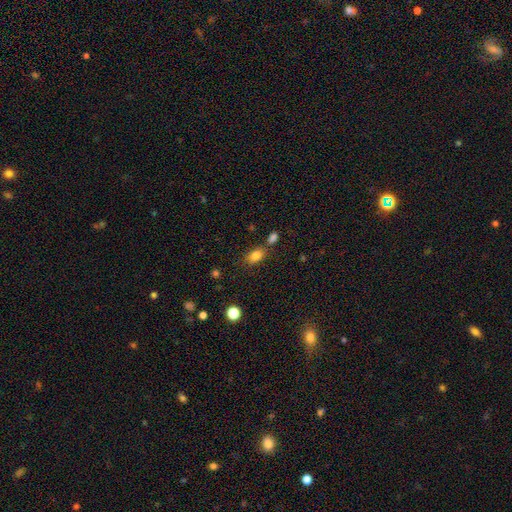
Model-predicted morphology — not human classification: A smooth galaxy with no disk features (81%) that is in between round and cigar-shaped (82%). Merging: none (70%).